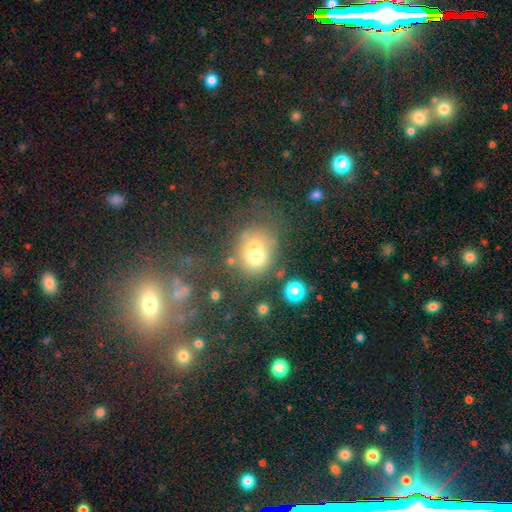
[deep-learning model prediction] The model was most divided on "merging": none: 40%, merger: 35%, minor disturbance: 15%, major disturbance: 11%. More confident: how rounded — round (62%); smooth or featured — smooth (57%).